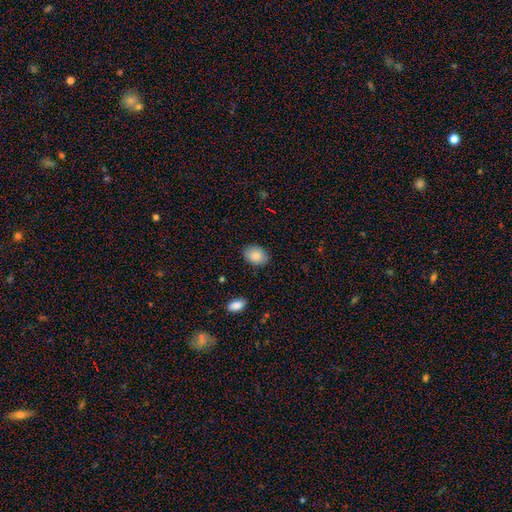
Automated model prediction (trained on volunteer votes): Morphology: type=smooth (87%); roundness=in between (68%); merging=none (87%).